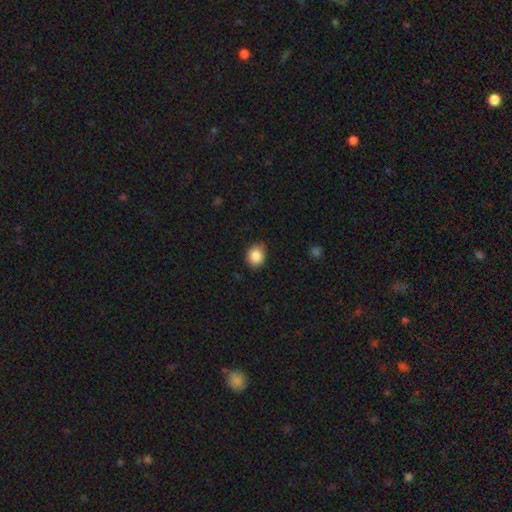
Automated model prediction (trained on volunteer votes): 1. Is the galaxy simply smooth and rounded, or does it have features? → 85% smooth, 10% star or artifact, 5% featured or disk.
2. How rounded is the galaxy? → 77% round, 22% in between, 1% cigar-shaped.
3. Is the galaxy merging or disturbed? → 79% none, 17% minor disturbance, 3% major disturbance, 1% merger.